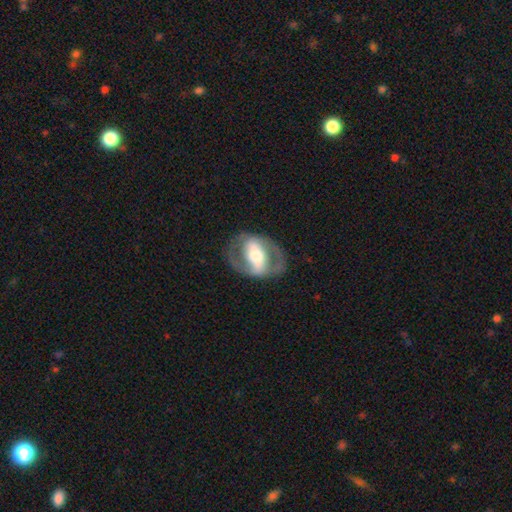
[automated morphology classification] This is likely a featured or disk galaxy (77%). It is clearly not viewed edge-on (93%). Bar: likely strong (61%). Spiral arm pattern: likely yes (65%). Central bulge: possibly moderate (56%). Merging: likely none (76%).